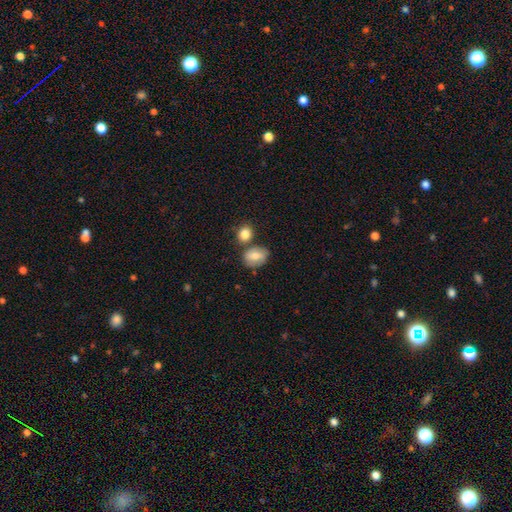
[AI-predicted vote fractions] Smooth or featured? smooth (72%)
How rounded? in between (61%)
Merging? none (57%)